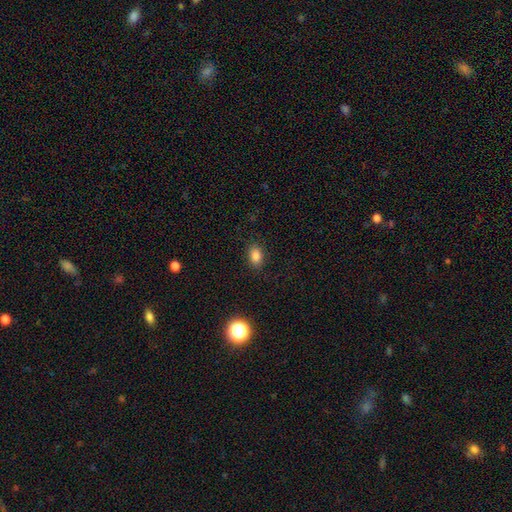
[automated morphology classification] Smooth or featured? Predicted: smooth (p=0.84). How rounded? Predicted: in between (p=0.81). Merging? Predicted: none (p=0.88).